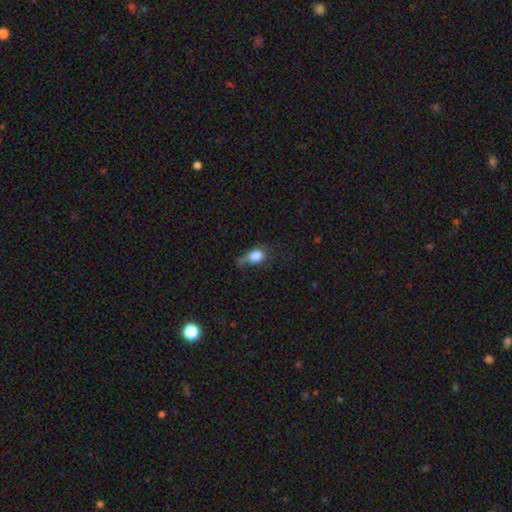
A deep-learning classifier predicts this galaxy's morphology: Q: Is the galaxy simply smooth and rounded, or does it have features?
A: smooth — 78%.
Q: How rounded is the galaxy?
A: in between — 63%.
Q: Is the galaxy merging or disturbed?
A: major disturbance — 38%.